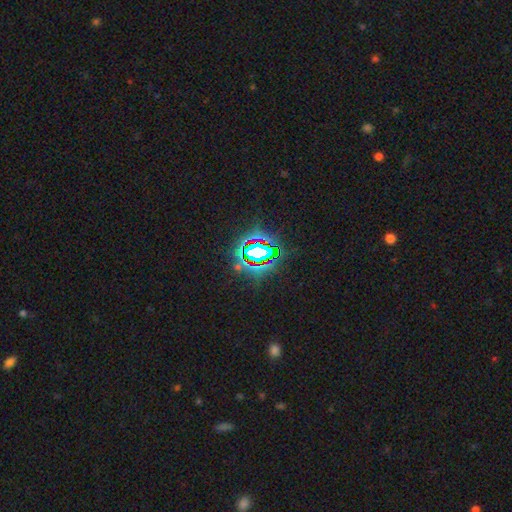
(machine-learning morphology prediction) This is likely a star or artifact rather than a galaxy (74%).